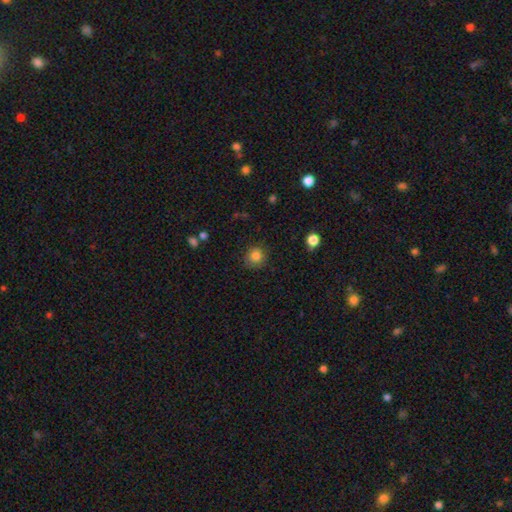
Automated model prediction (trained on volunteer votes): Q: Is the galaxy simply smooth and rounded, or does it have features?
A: smooth — 83%.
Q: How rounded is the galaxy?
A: round — 88%.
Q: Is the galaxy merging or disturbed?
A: none — 86%.